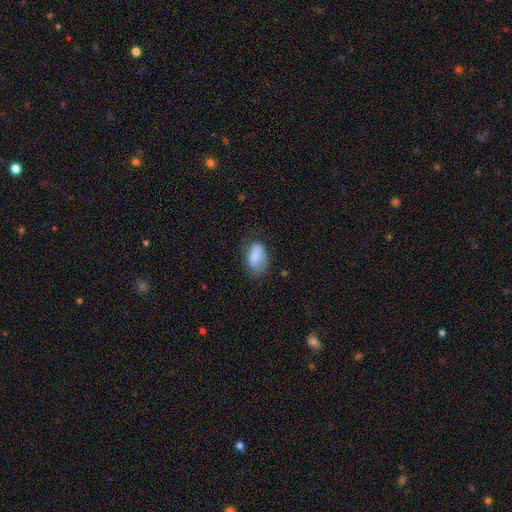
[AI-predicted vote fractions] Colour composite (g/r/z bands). It shows a smooth galaxy with no disk features (82%) that is in between round and cigar-shaped (91%). Merging: none (58%).